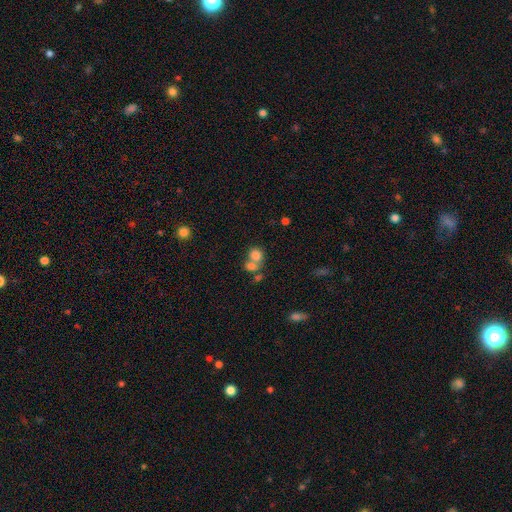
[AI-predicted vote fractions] A smooth galaxy with no disk features (77%) that is round (65%).

Vote fractions:
- Smooth or featured? smooth: 77% / featured or disk: 11% / star or artifact: 11%
- How rounded? round: 65% / in between: 34% / cigar-shaped: 1%
- Merging? merger: 54% / none: 33% / minor disturbance: 8% / major disturbance: 5%